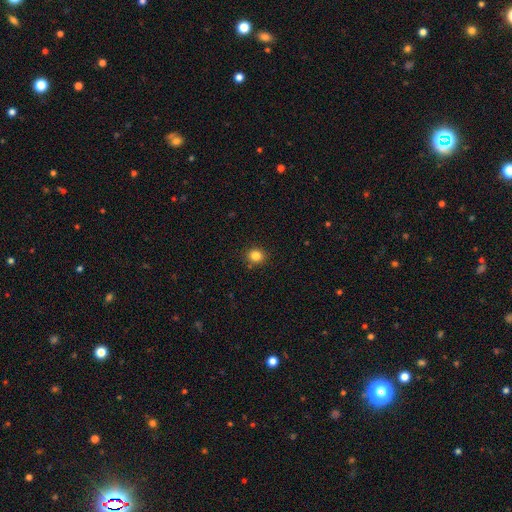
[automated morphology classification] Smooth or featured?
  - smooth: 83% *
  - star or artifact: 12%
  - featured or disk: 4%
How rounded?
  - round: 87% *
  - in between: 12%
  - cigar-shaped: 1%
Merging?
  - none: 90% *
  - minor disturbance: 7%
  - major disturbance: 2%
  - merger: 2%